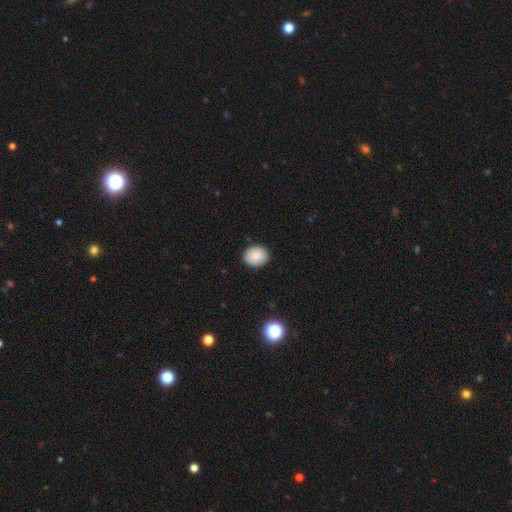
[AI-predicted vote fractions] A smooth galaxy with no disk features (84%) that is round (63%). Merging: none (87%).